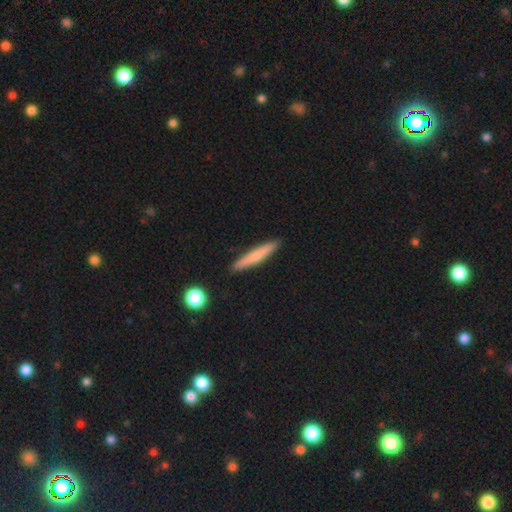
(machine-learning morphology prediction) A smooth galaxy with no disk features (67%) that is cigar-shaped (94%). Merging: none (90%).